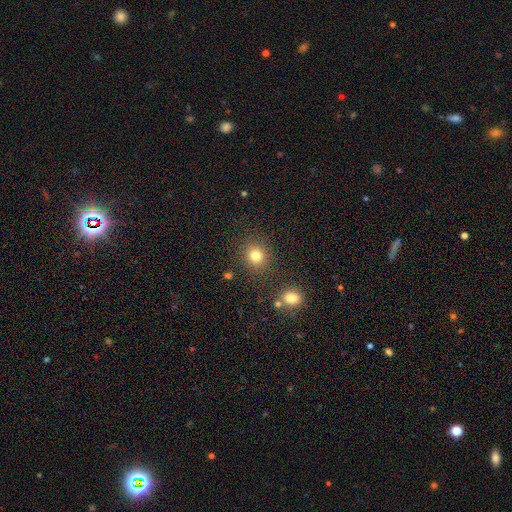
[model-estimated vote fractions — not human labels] Smooth or featured: smooth — 80% (star or artifact — 14%)
How rounded: round — 86% (in between — 13%)
Merging: none — 85% (minor disturbance — 8%)